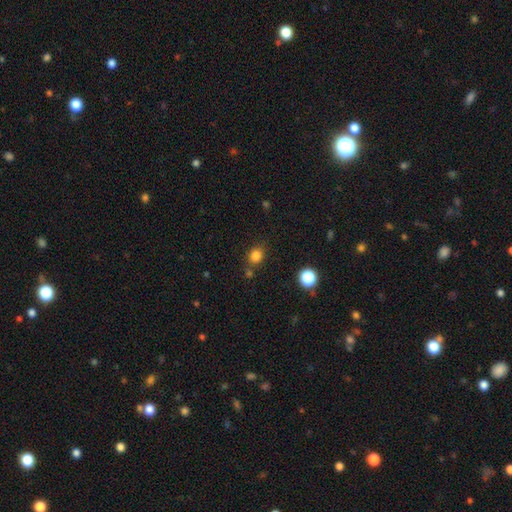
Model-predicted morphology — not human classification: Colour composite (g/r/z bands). It shows a smooth galaxy with no disk features (82%) that is round (73%). Merging: none (75%).